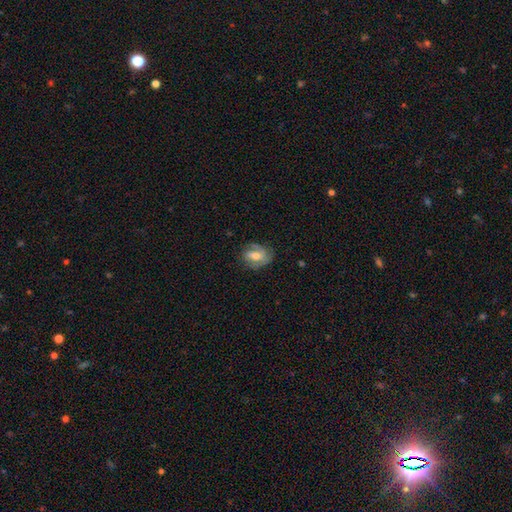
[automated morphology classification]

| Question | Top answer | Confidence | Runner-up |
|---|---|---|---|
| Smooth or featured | featured or disk | 58% | smooth (34%) |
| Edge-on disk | no | 95% | yes (5%) |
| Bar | weak | 44% | no (32%) |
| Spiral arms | yes | 80% | no (20%) |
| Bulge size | moderate | 63% | small (23%) |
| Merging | none | 63% | minor disturbance (24%) |